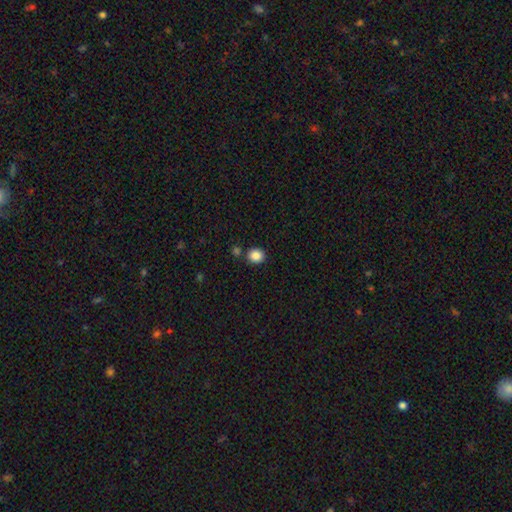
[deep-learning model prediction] This is clearly a smooth galaxy (86%). How rounded: clearly round (80%). Merging: clearly none (81%).